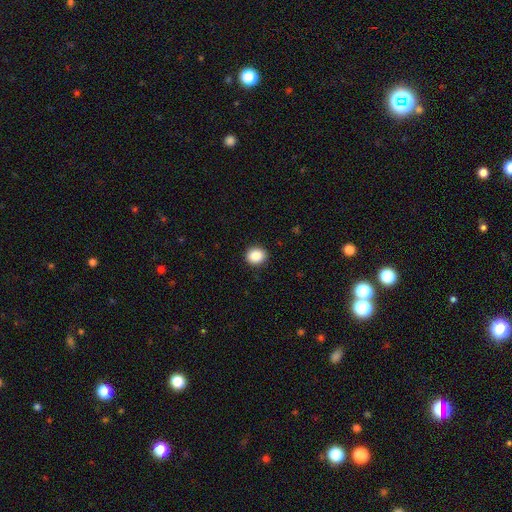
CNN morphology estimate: smooth_or_featured: smooth (p=0.87) [alt: star or artifact p=0.09]
how_rounded: round (p=0.78) [alt: in between p=0.21]
merging: none (p=0.92) [alt: minor disturbance p=0.06]